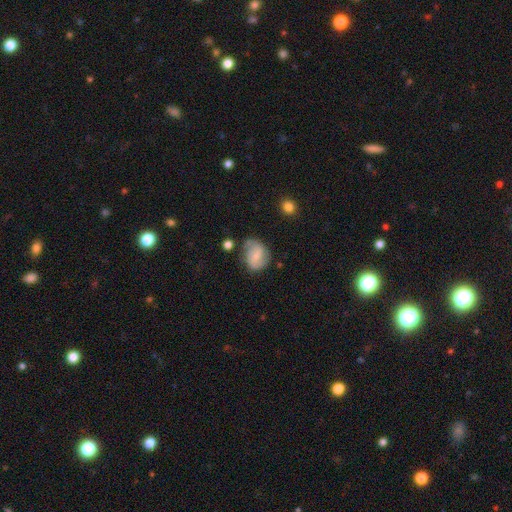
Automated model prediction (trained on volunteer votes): A featured or disk galaxy (52%) with a weak bar (46%), spiral arms (85%) and a small central bulge (62%).

Vote fractions:
- Smooth or featured? featured or disk: 52% / smooth: 40% / star or artifact: 8%
- Edge-on disk? no: 97% / yes: 3%
- Bar? weak: 46% / no: 41% / strong: 13%
- Spiral arms? yes: 85% / no: 15%
- Bulge size? small: 62% / moderate: 27% / none: 9% / large: 2% / dominant: 1%
- Merging? none: 60% / minor disturbance: 25% / major disturbance: 9% / merger: 5%